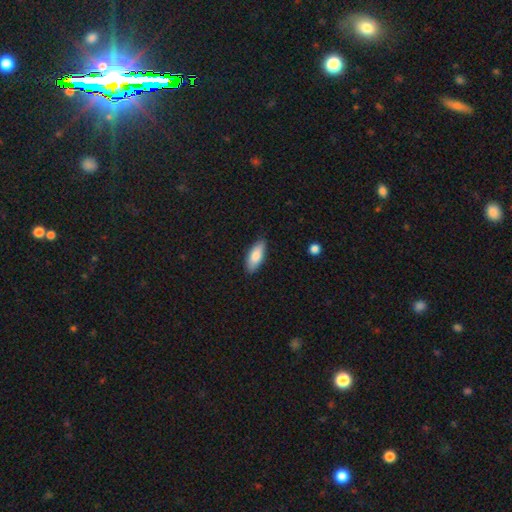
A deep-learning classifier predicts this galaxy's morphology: Q: Smooth or featured?
A: smooth (82%); runner-up: featured or disk (12%)
Q: How rounded?
A: in between (77%); runner-up: cigar-shaped (21%)
Q: Merging?
A: none (87%); runner-up: minor disturbance (10%)